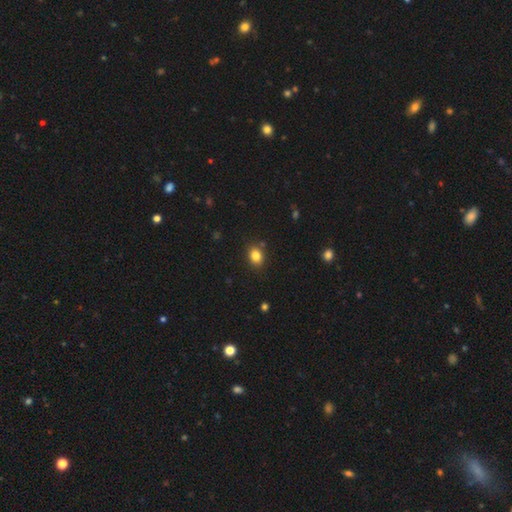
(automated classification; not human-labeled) The model was most divided on "how rounded": in between: 51%, round: 48%, cigar-shaped: 1%. More confident: merging — none (85%); smooth or featured — smooth (84%).